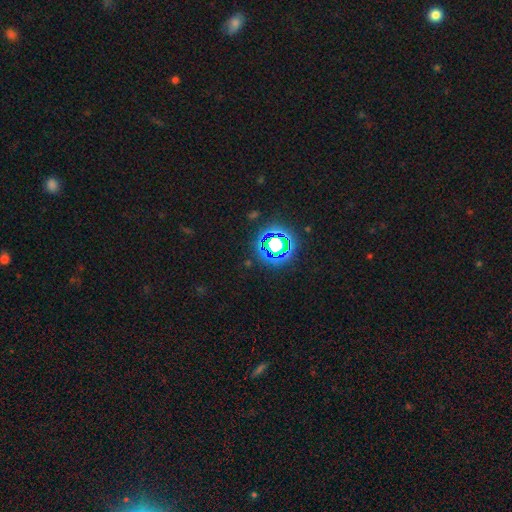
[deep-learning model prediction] This appears to be a star or artifact, not a galaxy (78%).